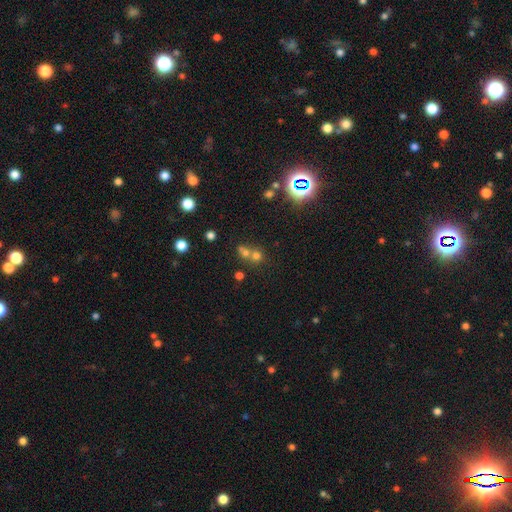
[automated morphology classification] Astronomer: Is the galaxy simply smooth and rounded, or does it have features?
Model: smooth — 61%.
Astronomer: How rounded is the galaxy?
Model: round — 83%.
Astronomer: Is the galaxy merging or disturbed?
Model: merger — 51% (runner-up: none, 40%).